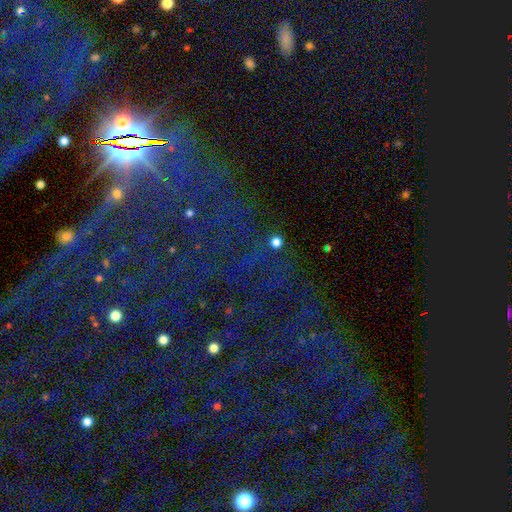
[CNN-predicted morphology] Smooth or featured? Predicted: star or artifact (p=0.85).